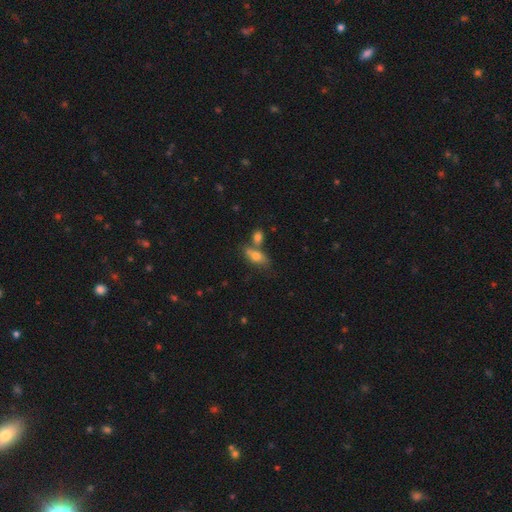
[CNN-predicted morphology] This is likely a smooth galaxy (68%). How rounded: likely in between (75%). Merging: possibly none (49%).